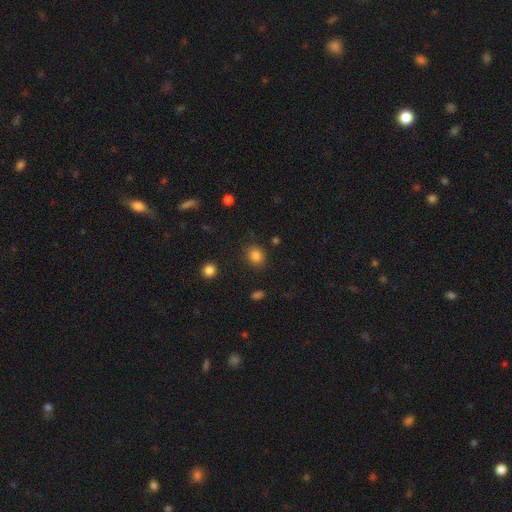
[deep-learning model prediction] This appears to be a smooth galaxy with no disk features (83%) that is round (66%). Merging: none (85%).